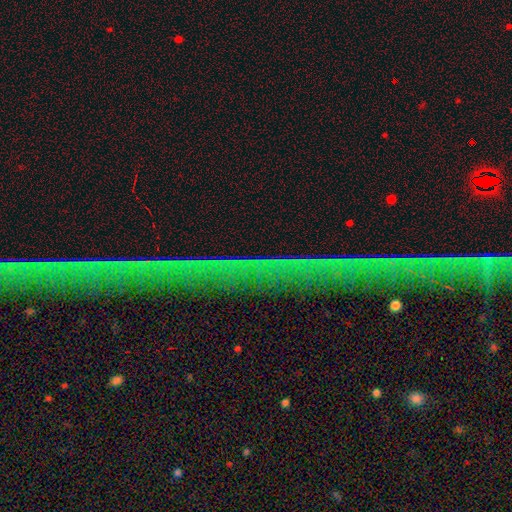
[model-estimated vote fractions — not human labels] The model was most divided on "smooth or featured": star or artifact: 83%, featured or disk: 10%, smooth: 7%.